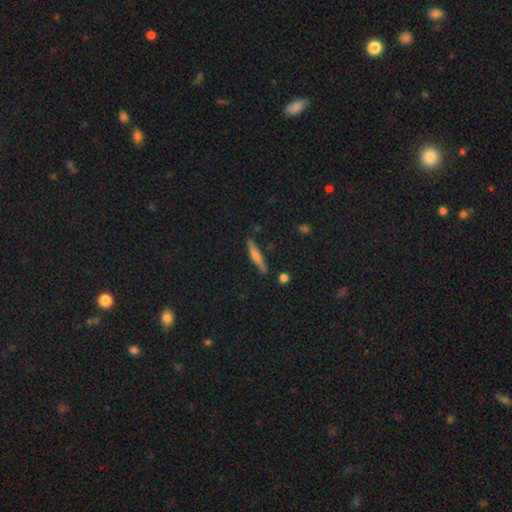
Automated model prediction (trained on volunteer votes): Smooth or featured? smooth (58%)
How rounded? cigar-shaped (90%)
Merging? none (85%)